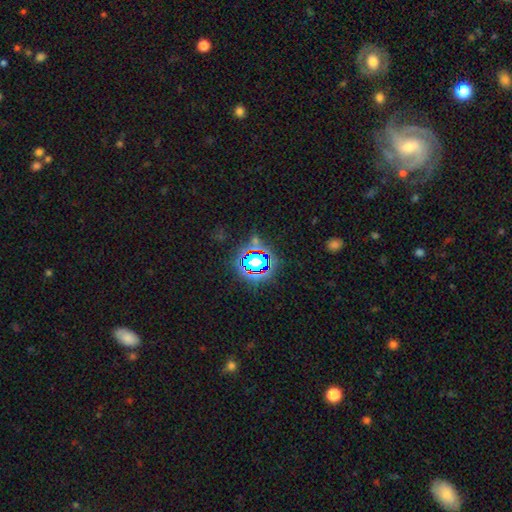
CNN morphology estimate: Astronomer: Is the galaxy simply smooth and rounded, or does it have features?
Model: star or artifact — 76%.